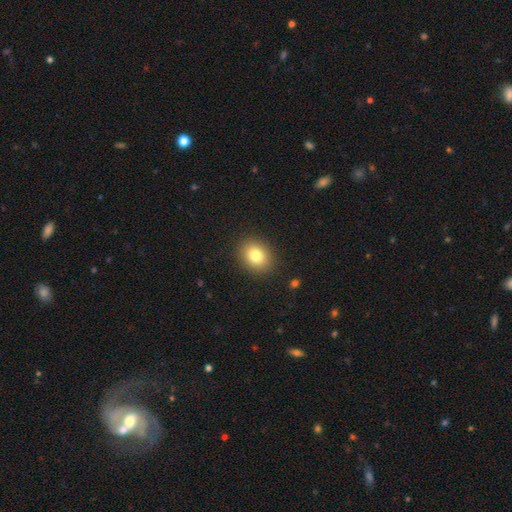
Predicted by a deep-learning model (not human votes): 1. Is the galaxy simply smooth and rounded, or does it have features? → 81% smooth, 10% star or artifact, 9% featured or disk.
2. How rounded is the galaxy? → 56% round, 43% in between, 1% cigar-shaped.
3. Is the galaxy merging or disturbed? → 89% none, 7% minor disturbance, 2% major disturbance, 1% merger.